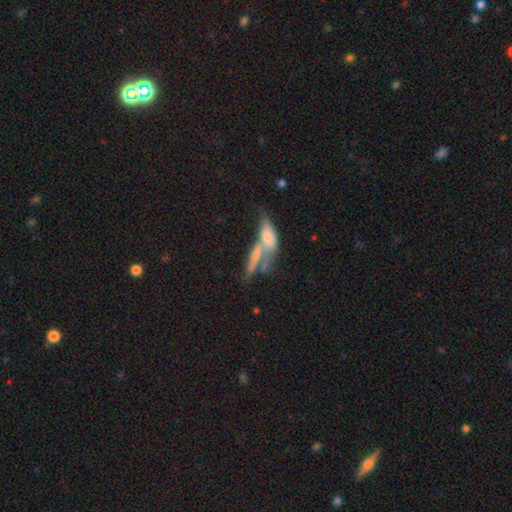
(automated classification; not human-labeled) Smooth or featured? smooth (57%)
How rounded? cigar-shaped (54%)
Merging? merger (64%)